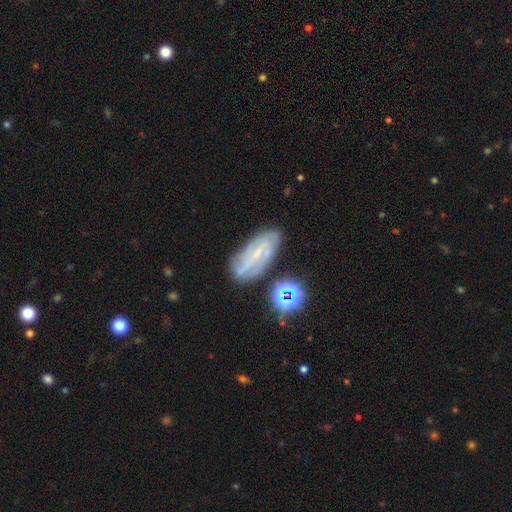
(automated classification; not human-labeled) A featured or disk galaxy (68%) with a weak bar (44%), can't tell (38%, tied with 2) tight (47%) spiral arms (86%) and a small central bulge (76%).

Vote fractions:
- Smooth or featured? featured or disk: 68% / smooth: 20% / star or artifact: 11%
- Edge-on disk? no: 91% / yes: 9%
- Bar? weak: 44% / no: 31% / strong: 25%
- Spiral arms? yes: 86% / no: 14%
- Spiral winding? tight: 47% / medium: 37% / loose: 17%
- Spiral arm count? can't tell: 38% (tied) / 2: 38% (tied) / 3: 11% / 4: 5% / 1: 4% / more than 4: 4%
- Bulge size? small: 76% / moderate: 12% / none: 10% / large: 1% / dominant: 1%
- Merging? none: 73% / minor disturbance: 17% / major disturbance: 5% / merger: 5%